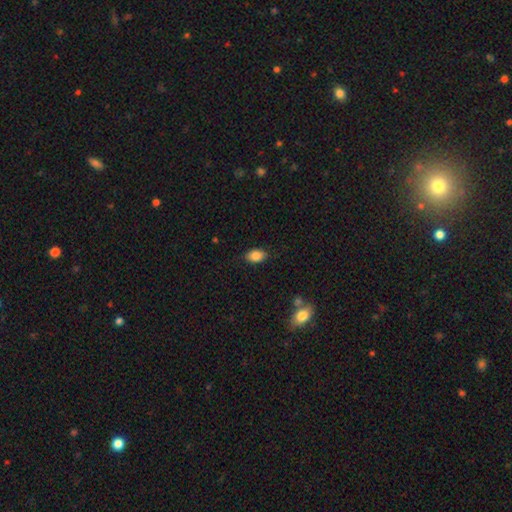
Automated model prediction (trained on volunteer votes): The model was most divided on "how rounded": in between: 85%, round: 14%, cigar-shaped: 2%. More confident: smooth or featured — smooth (86%); merging — none (84%).